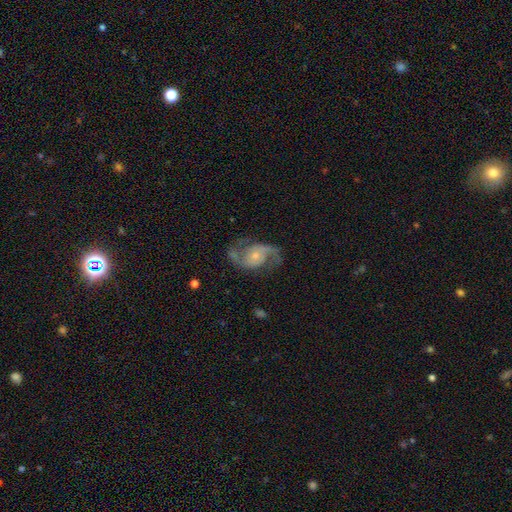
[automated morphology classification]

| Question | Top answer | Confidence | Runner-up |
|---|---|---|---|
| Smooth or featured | featured or disk | 89% | smooth (6%) |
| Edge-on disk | no | 98% | yes (2%) |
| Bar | no | 66% | weak (27%) |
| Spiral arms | yes | 97% | no (3%) |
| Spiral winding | medium | 51% | loose (37%) |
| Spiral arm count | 2 | 93% | can't tell (2%) |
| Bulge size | small | 58% | moderate (35%) |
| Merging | none | 72% | minor disturbance (16%) |